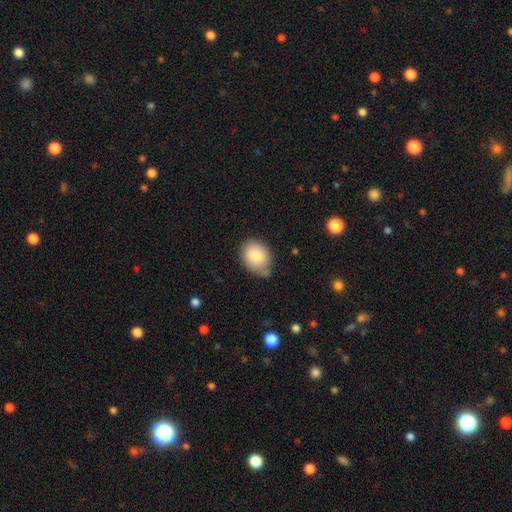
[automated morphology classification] The model was most divided on "how rounded": in between: 52%, round: 48%, cigar-shaped: 1%. More confident: smooth or featured — smooth (83%); merging — none (66%).